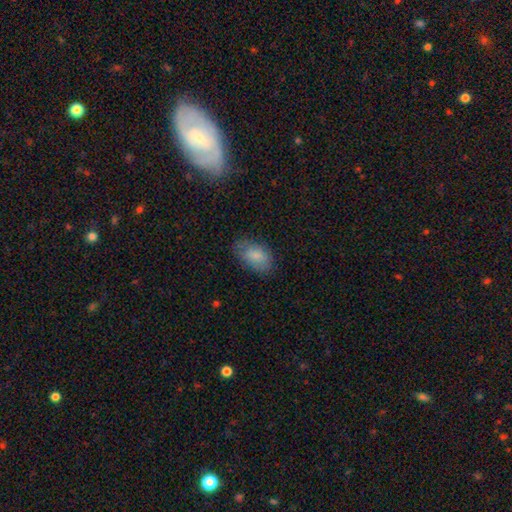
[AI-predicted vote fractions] Q: Smooth or featured?
A: smooth (82%); runner-up: featured or disk (11%)
Q: How rounded?
A: in between (92%); runner-up: round (6%)
Q: Merging?
A: none (69%); runner-up: minor disturbance (23%)